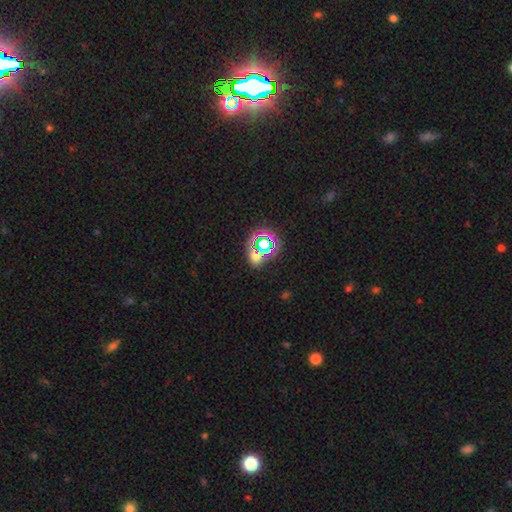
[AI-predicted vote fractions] Smooth or featured?
  - star or artifact: 58% *
  - smooth: 32%
  - featured or disk: 10%